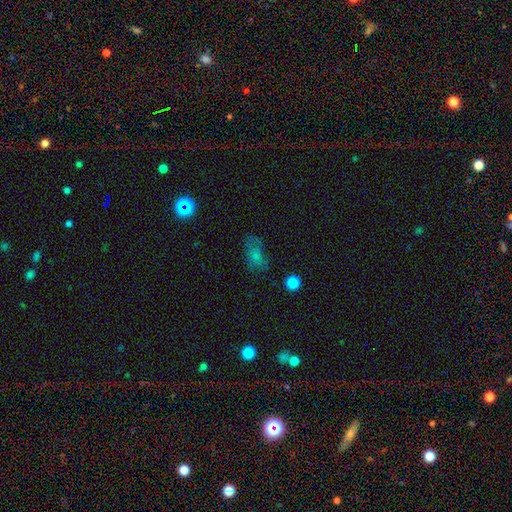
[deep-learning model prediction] This is likely a smooth galaxy (61%). How rounded: clearly in between (84%). Merging: possibly none (55%).